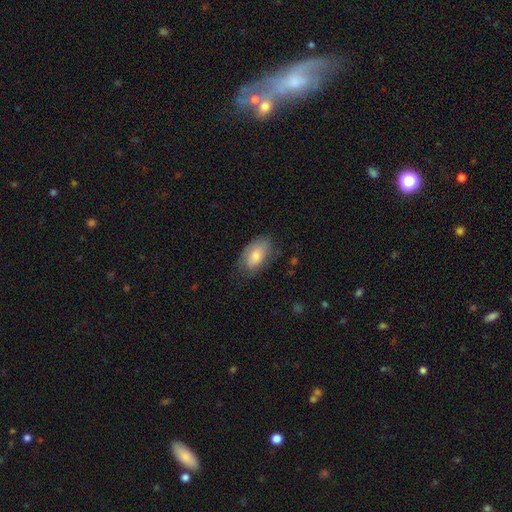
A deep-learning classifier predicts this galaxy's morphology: type=smooth (70%); roundness=in between (92%); merging=none (66%).